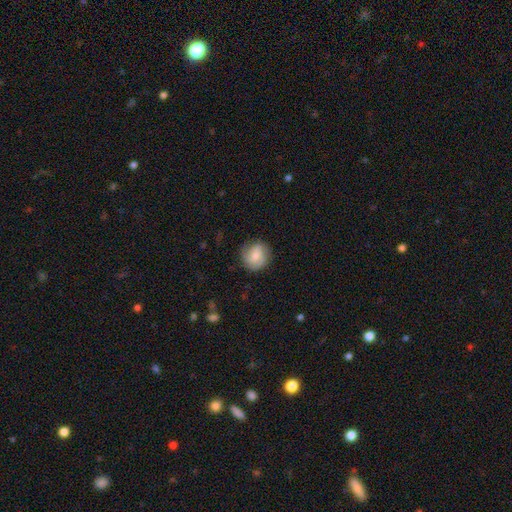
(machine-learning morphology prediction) A smooth galaxy with no disk features (54%) that is round (85%). Merging: none (79%).